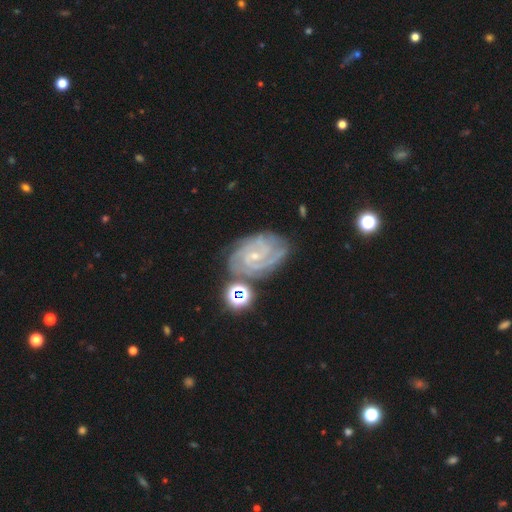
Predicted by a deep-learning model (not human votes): The model was most divided on "spiral arm count": 3: 29%, 2: 24%, can't tell: 19%, 4: 16%, more than 4: 7%, 1: 6%. More confident: spiral arms — yes (98%); edge-on disk — no (97%); smooth or featured — featured or disk (86%); bulge size — small (80%); spiral winding — tight (74%); merging — none (70%); bar — no (59%).